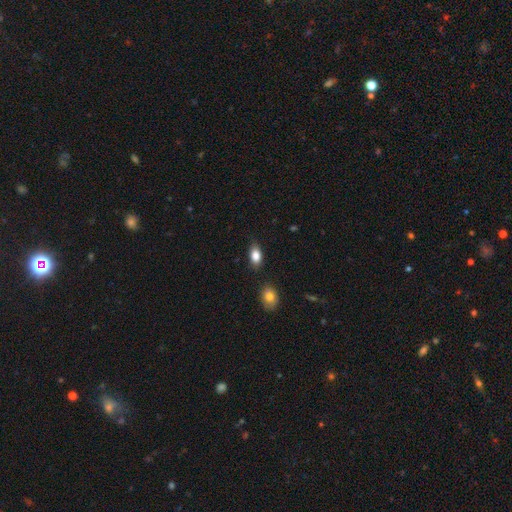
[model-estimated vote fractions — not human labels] Q: Smooth or featured?
A: smooth (84%); runner-up: featured or disk (8%)
Q: How rounded?
A: in between (87%); runner-up: round (10%)
Q: Merging?
A: none (77%); runner-up: minor disturbance (17%)